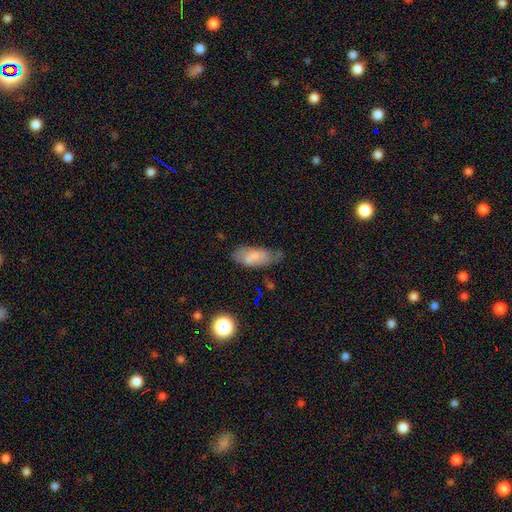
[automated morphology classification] A smooth galaxy with no disk features (59%) that is in between round and cigar-shaped (78%).

Vote fractions:
- Smooth or featured? smooth: 59% / featured or disk: 31% / star or artifact: 10%
- How rounded? in between: 78% / cigar-shaped: 18% / round: 3%
- Merging? none: 54% / minor disturbance: 31% / major disturbance: 10% / merger: 4%